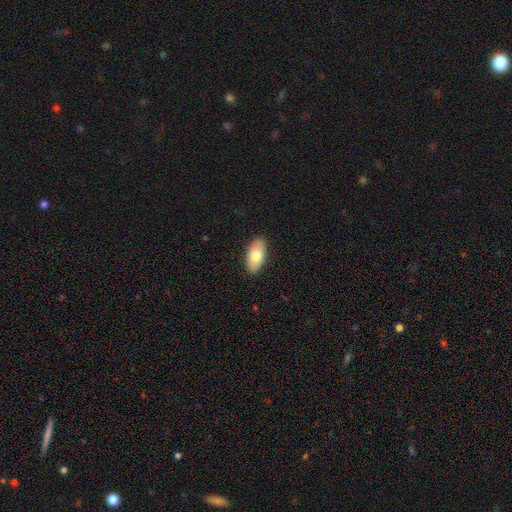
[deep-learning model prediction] This is likely a smooth galaxy (70%). How rounded: clearly in between (93%). Merging: clearly none (89%).